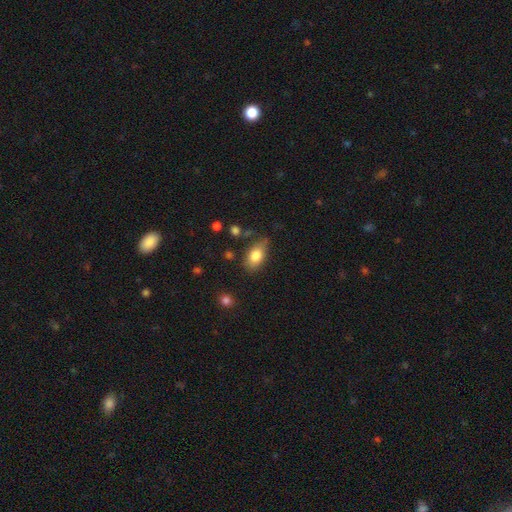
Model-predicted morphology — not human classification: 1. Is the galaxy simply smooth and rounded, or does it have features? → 80% smooth, 12% featured or disk, 7% star or artifact.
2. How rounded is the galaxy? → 88% in between, 8% round, 4% cigar-shaped.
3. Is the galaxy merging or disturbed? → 68% none, 24% minor disturbance, 5% major disturbance, 3% merger.